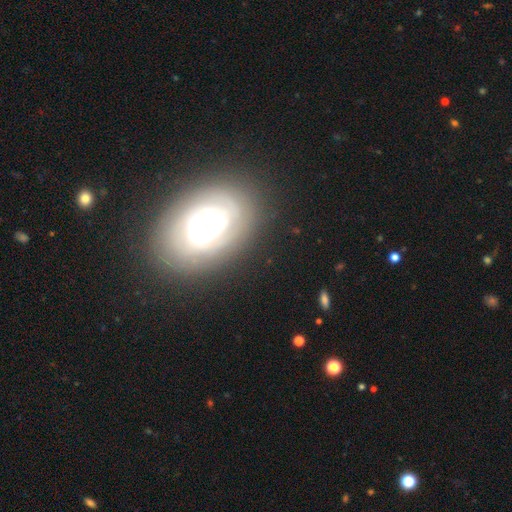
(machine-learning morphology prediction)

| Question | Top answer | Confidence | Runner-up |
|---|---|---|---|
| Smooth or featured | featured or disk | 59% | smooth (29%) |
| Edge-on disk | no | 94% | yes (6%) |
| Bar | no | 57% | weak (31%) |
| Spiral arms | yes | 78% | no (22%) |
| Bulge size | moderate | 47% | small (25%) |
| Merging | none | 83% | minor disturbance (11%) |